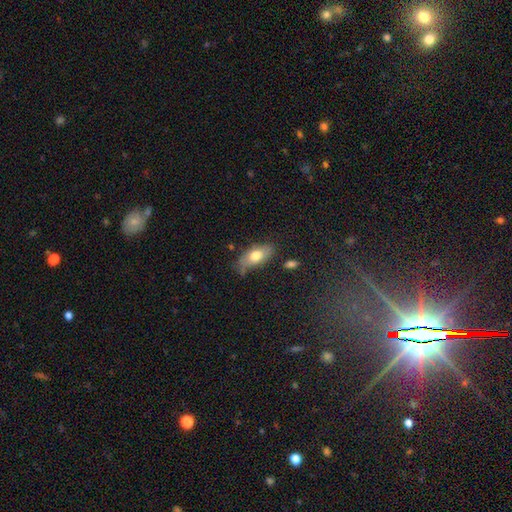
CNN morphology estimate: type=smooth (70%); roundness=in between (86%); merging=none (66%).